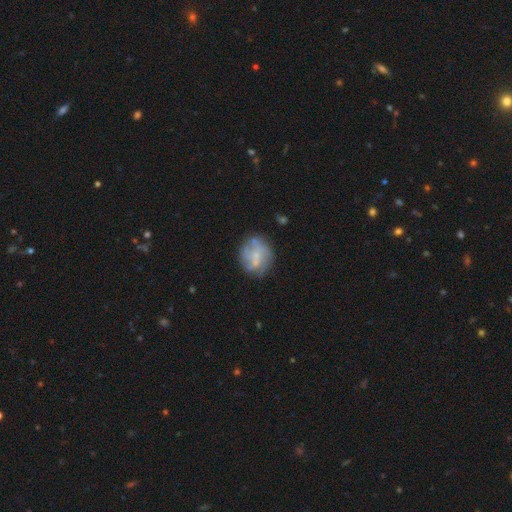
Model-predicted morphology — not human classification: Smooth or featured? Predicted: featured or disk (p=0.50). Edge-on disk? Predicted: no (p=0.98). Merging? Predicted: none (p=0.64).